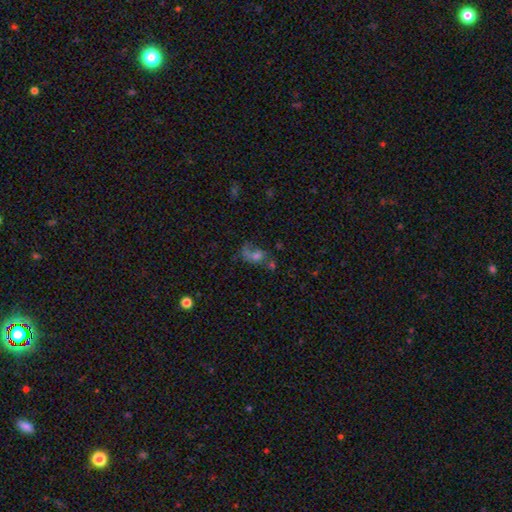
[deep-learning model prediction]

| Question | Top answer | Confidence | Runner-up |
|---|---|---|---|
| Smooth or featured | smooth | 39% | featured or disk (38%) |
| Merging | major disturbance | 33% | none (32%) |